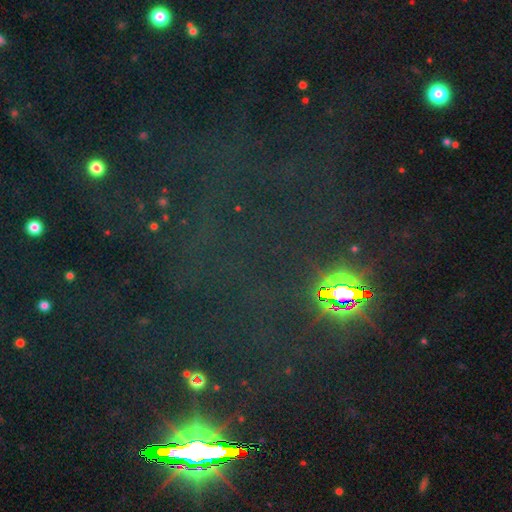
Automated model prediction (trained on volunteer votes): The model was most divided on "smooth or featured": star or artifact: 79%, smooth: 13%, featured or disk: 8%.